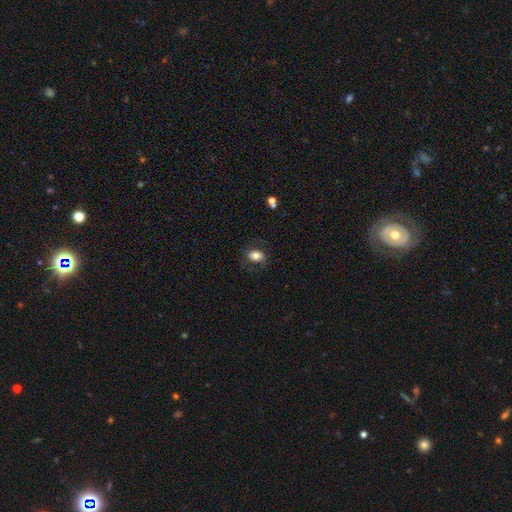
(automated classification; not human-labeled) smooth 74%, featured or disk 17%, star or artifact 9%. Down the decision tree: how rounded — in between (78%); merging — none (76%).